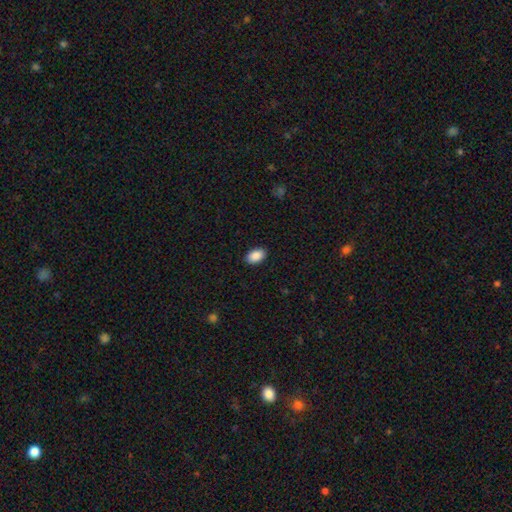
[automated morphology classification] Smooth or featured?
  - smooth: 90% *
  - star or artifact: 7%
  - featured or disk: 3%
How rounded?
  - in between: 92% *
  - round: 6%
  - cigar-shaped: 1%
Merging?
  - none: 90% *
  - minor disturbance: 8%
  - major disturbance: 2%
  - merger: 1%